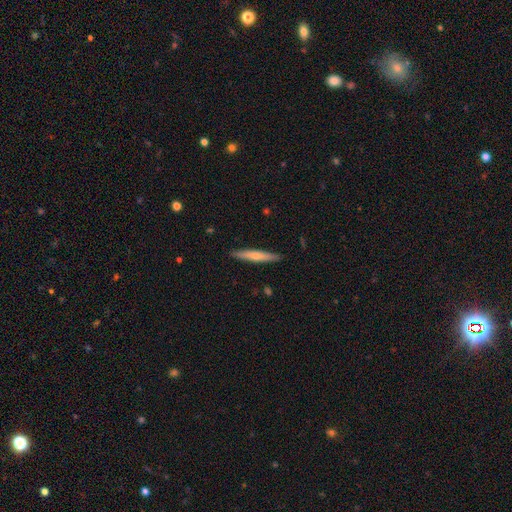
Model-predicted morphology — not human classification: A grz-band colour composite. It shows a smooth galaxy with no disk features (58%) that is cigar-shaped (93%). Merging: none (90%).